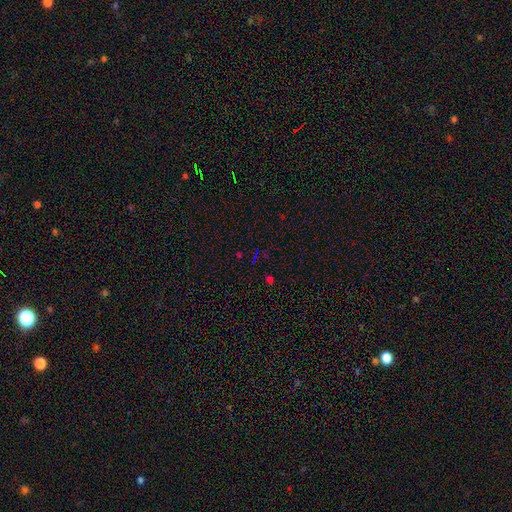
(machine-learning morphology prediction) smooth_or_featured: star or artifact (p=0.71) [alt: smooth p=0.18]